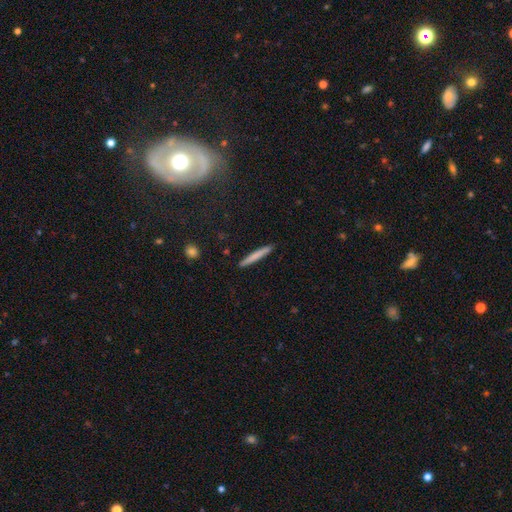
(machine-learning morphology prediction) Q: Smooth or featured?
A: smooth (73%); runner-up: featured or disk (22%)
Q: How rounded?
A: cigar-shaped (96%); runner-up: in between (3%)
Q: Merging?
A: none (91%); runner-up: minor disturbance (7%)